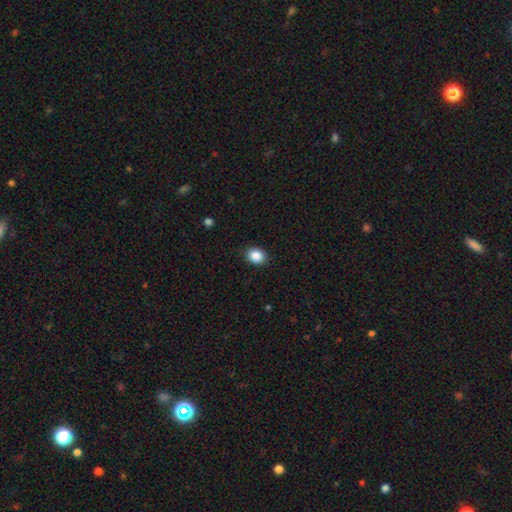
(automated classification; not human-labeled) Morphology: type=smooth (87%); roundness=round (56%); merging=none (88%).